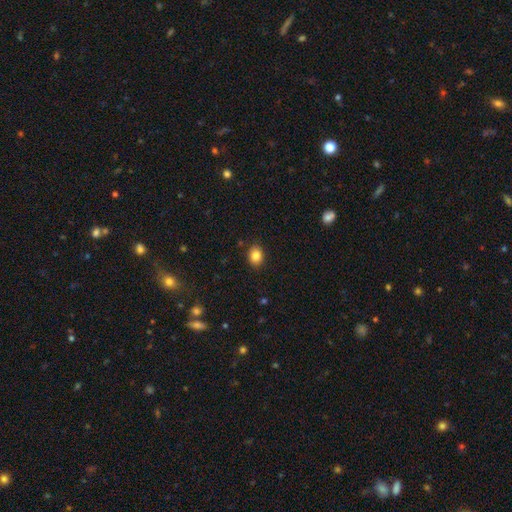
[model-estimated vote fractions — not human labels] The model was most divided on "how rounded": in between: 61%, round: 39%, cigar-shaped: 1%. More confident: merging — none (88%); smooth or featured — smooth (85%).